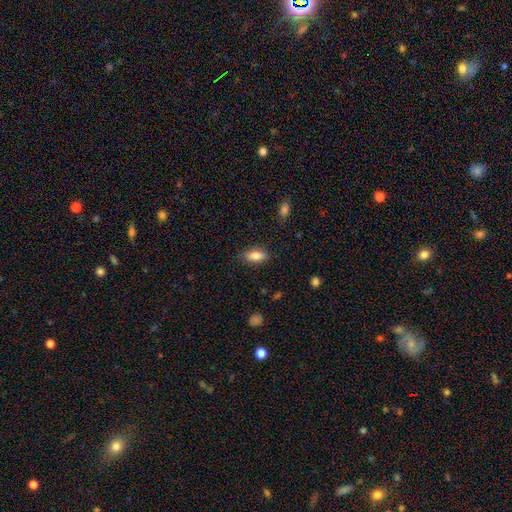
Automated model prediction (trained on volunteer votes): A smooth galaxy with no disk features (78%) that is in between round and cigar-shaped (83%). Merging: none (83%).